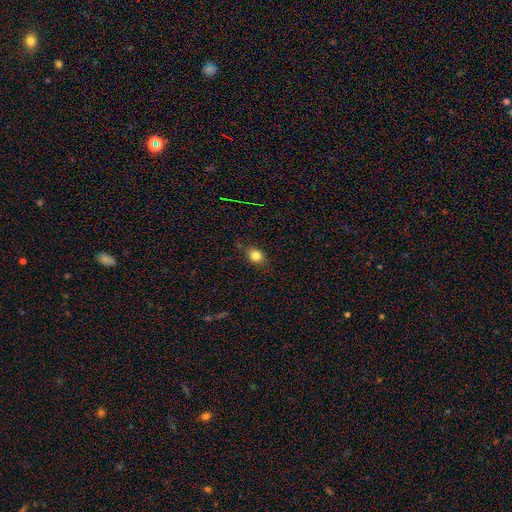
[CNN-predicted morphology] smooth_or_featured: smooth (p=0.80) [alt: star or artifact p=0.12]
how_rounded: round (p=0.57) [alt: in between p=0.42]
merging: none (p=0.80) [alt: minor disturbance p=0.15]